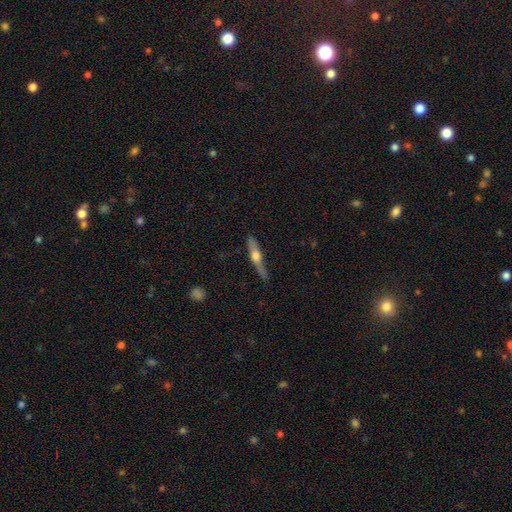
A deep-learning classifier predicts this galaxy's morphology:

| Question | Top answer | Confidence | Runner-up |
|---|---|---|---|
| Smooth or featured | featured or disk | 58% | smooth (36%) |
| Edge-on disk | yes | 94% | no (6%) |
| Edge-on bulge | rounded | 91% | boxy (5%) |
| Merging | none | 74% | minor disturbance (19%) |